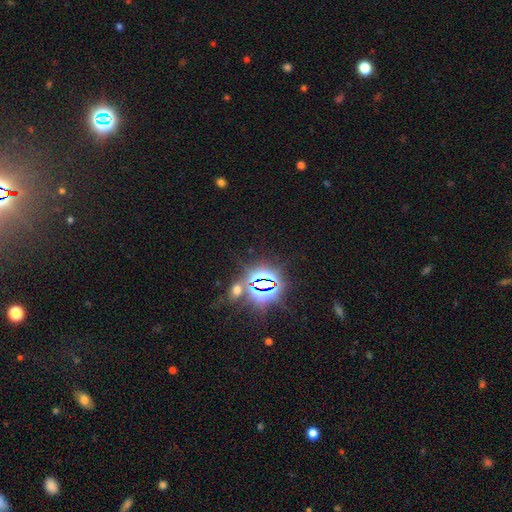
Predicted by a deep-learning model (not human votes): smooth-or-featured: star or artifact: 84% | smooth: 10% | featured or disk: 7%